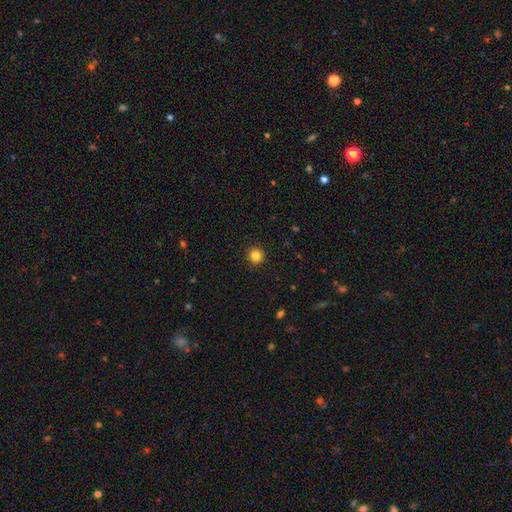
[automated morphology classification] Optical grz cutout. It shows a smooth galaxy with no disk features (84%) that is round (94%). Merging: none (93%).